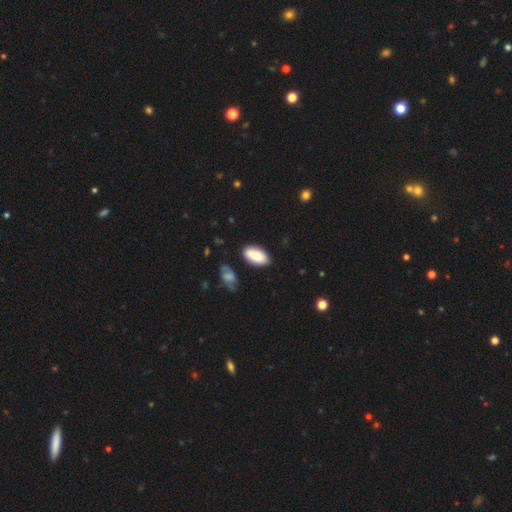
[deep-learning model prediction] smooth 87%, featured or disk 7%, star or artifact 6%. Down the decision tree: how rounded — in between (94%); merging — none (81%).